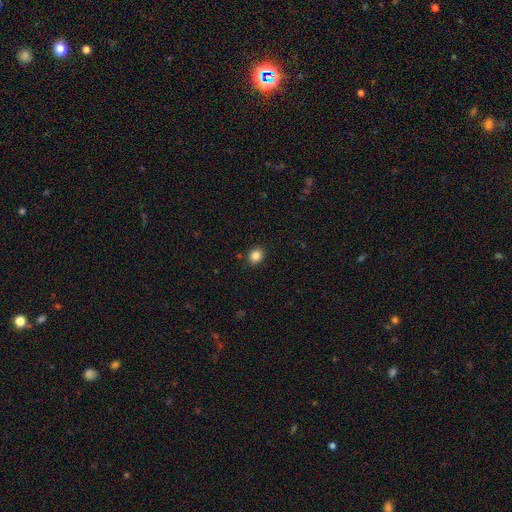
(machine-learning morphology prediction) smooth 85%, star or artifact 11%, featured or disk 5%. Down the decision tree: how rounded — round (68%); merging — none (89%).